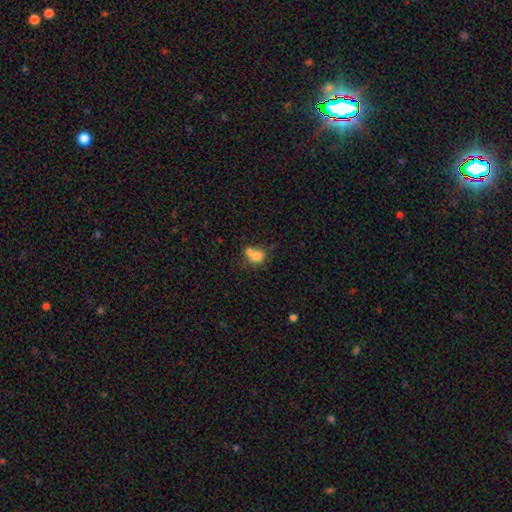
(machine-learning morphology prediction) This appears to be a smooth galaxy with no disk features (73%) that is round (61%). Merging: merger (58%).